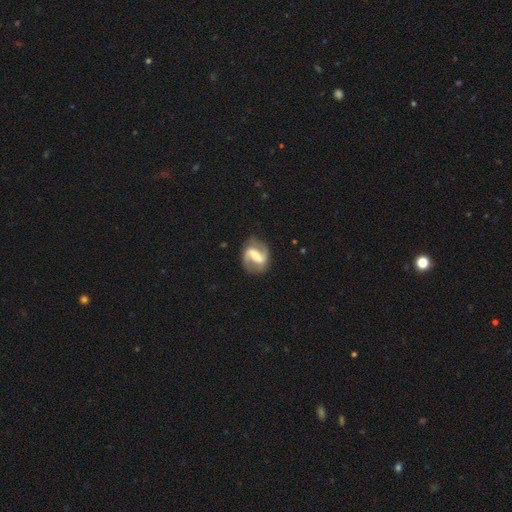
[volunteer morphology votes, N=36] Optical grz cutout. It shows a featured or disk galaxy (92%) with a strong bar (55%), 2 (93%) loose (47%) spiral arms (91%) and a moderate central bulge (55%). Merging: none (89%).